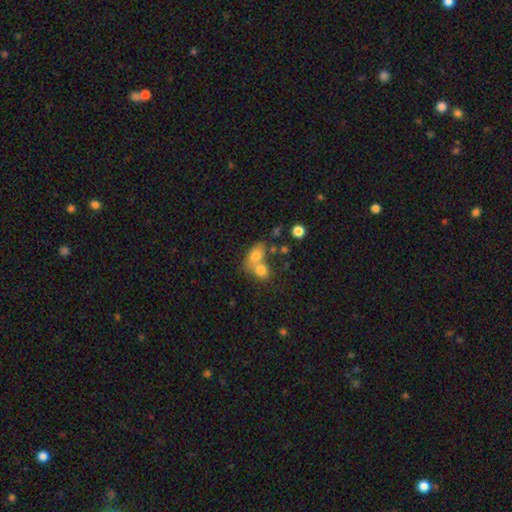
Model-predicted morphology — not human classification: type=smooth (74%); roundness=in between (67%); merging=merger (61%).